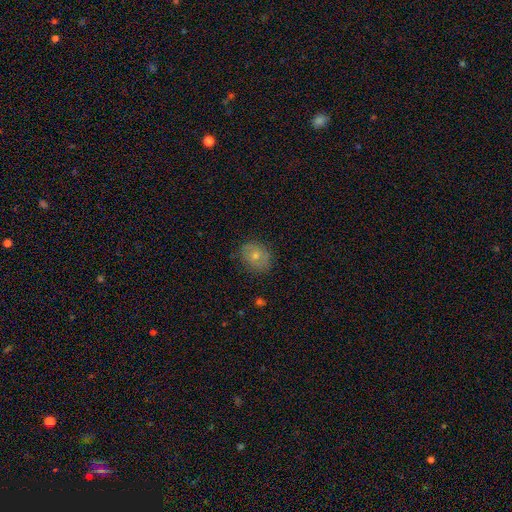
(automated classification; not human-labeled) This appears to be a smooth galaxy with no disk features (63%) that is round (58%). Merging: none (80%).